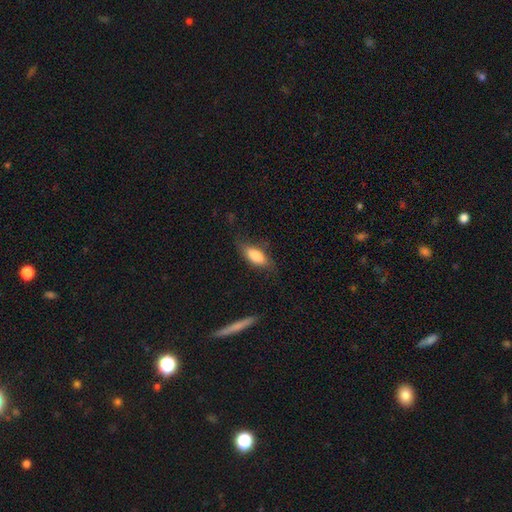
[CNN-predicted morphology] A smooth galaxy with no disk features (78%) that is in between round and cigar-shaped (70%). Merging: none (70%).